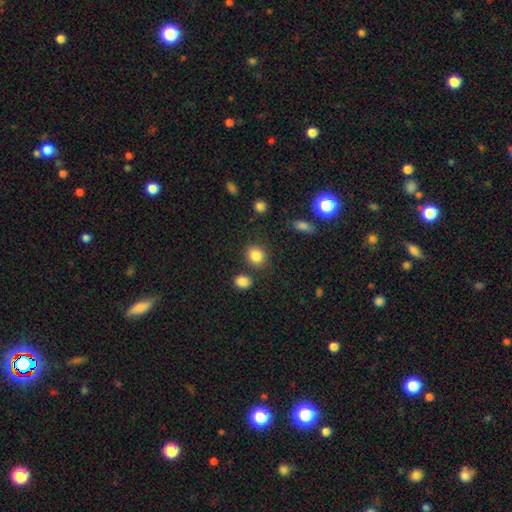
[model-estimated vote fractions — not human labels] Morphology: type=smooth (85%); roundness=round (70%); merging=none (79%).